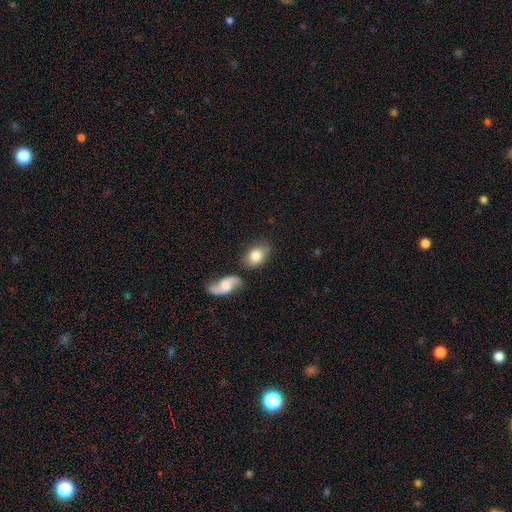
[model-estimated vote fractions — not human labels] This appears to be a smooth galaxy with no disk features (77%) that is in between round and cigar-shaped (81%). Merging: none (65%).